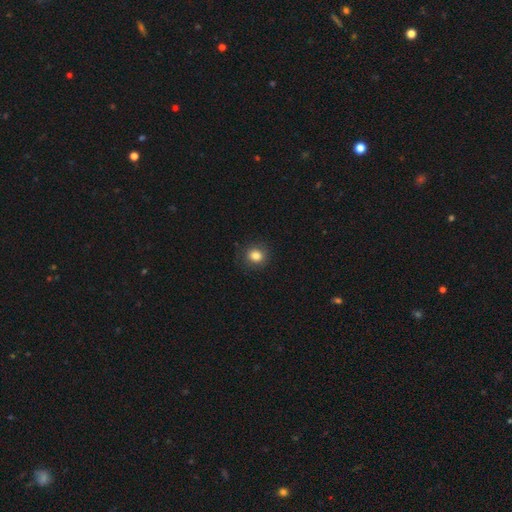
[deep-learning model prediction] The model was most divided on "how rounded": round: 78%, in between: 21%, cigar-shaped: 1%. More confident: merging — none (86%); smooth or featured — smooth (83%).